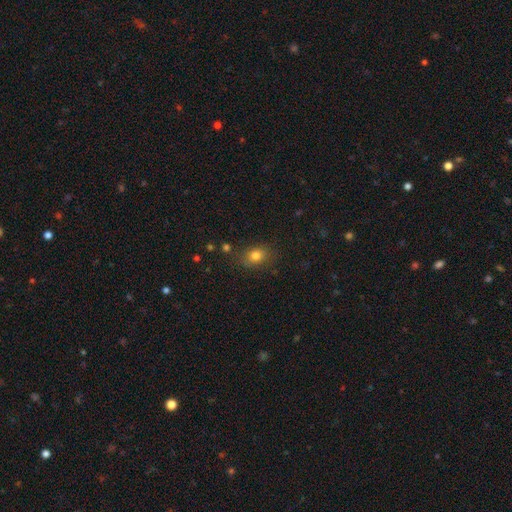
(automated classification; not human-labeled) Morphology: type=smooth (79%); roundness=in between (57%); merging=none (80%).